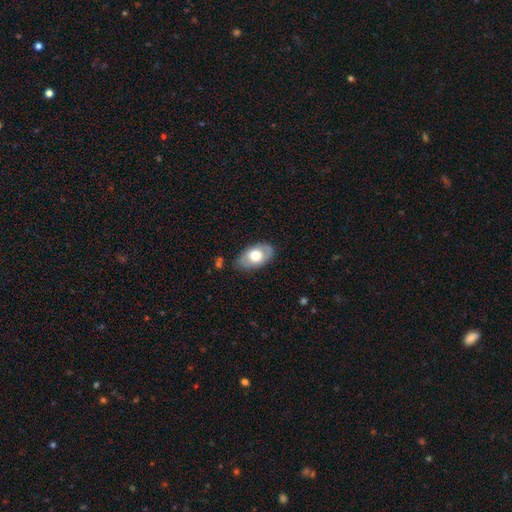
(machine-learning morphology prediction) type=smooth (62%); roundness=in between (91%); merging=none (76%).